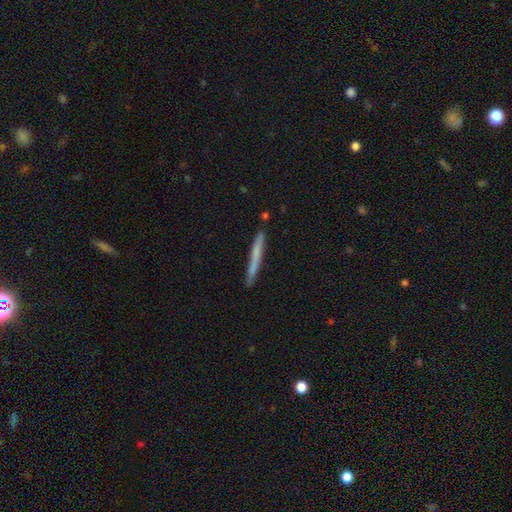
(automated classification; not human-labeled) A smooth galaxy with no disk features (59%) that is cigar-shaped (97%).

Vote fractions:
- Smooth or featured? smooth: 59% / featured or disk: 35% / star or artifact: 6%
- How rounded? cigar-shaped: 97% / in between: 2% / round: 1%
- Merging? none: 87% / minor disturbance: 10% / merger: 2% / major disturbance: 2%